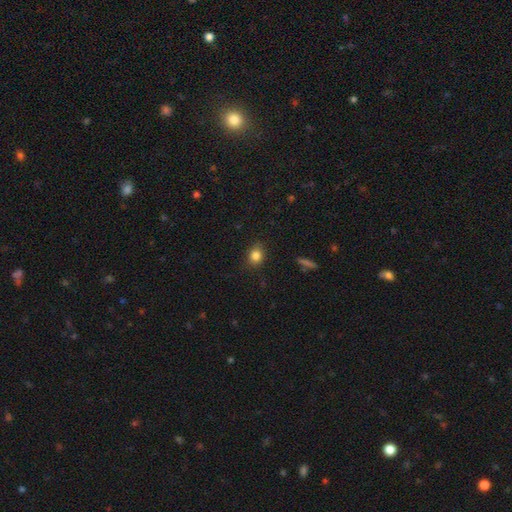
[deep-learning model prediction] Morphology: type=smooth (83%); roundness=round (60%); merging=none (84%).